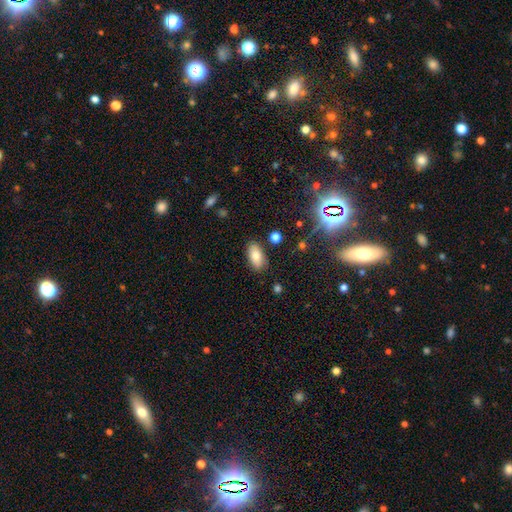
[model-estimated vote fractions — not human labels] Smooth or featured? Predicted: smooth (p=0.77). How rounded? Predicted: in between (p=0.91). Merging? Predicted: none (p=0.84).